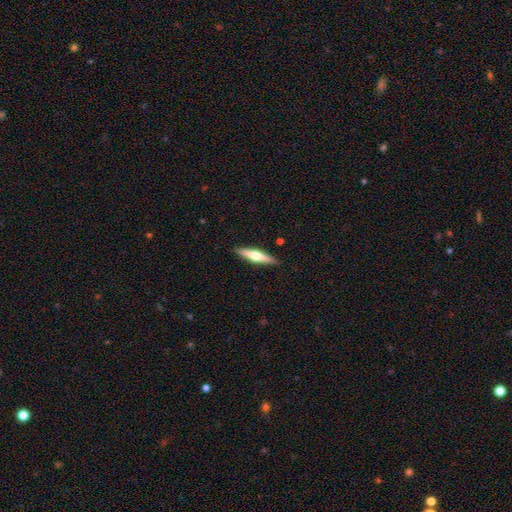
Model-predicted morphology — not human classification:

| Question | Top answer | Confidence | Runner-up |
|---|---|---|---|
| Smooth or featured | featured or disk | 60% | smooth (35%) |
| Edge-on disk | yes | 97% | no (3%) |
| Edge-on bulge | rounded | 92% | boxy (5%) |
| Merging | none | 90% | minor disturbance (7%) |